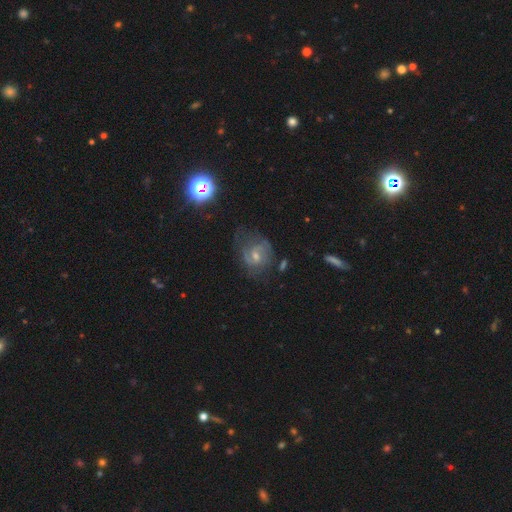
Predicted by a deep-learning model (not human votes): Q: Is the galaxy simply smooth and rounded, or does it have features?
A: featured or disk — 62%.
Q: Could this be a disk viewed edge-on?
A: no — 96%.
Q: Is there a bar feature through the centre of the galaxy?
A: no — 51%.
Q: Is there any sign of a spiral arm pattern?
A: yes — 81%.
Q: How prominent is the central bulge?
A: small — 47%.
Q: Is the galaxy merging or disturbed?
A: none — 54%.